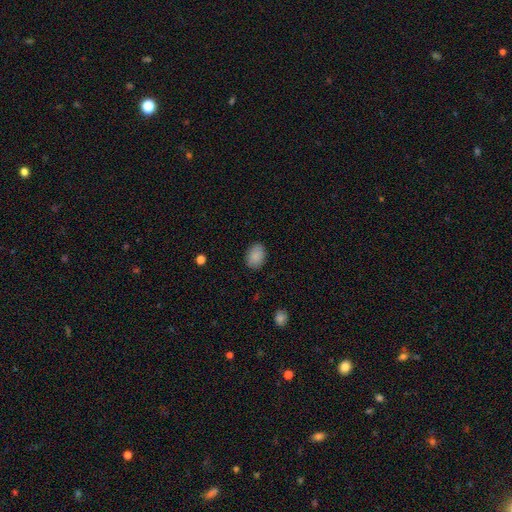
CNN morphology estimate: This is clearly a smooth galaxy (88%). How rounded: likely in between (77%). Merging: clearly none (86%).